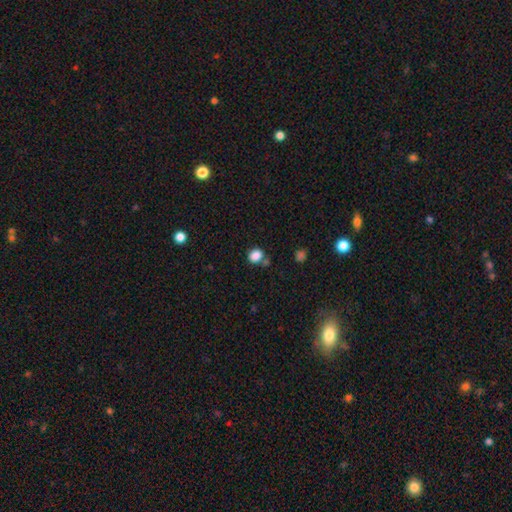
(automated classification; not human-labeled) Smooth or featured? smooth (85%)
How rounded? round (65%)
Merging? none (69%)